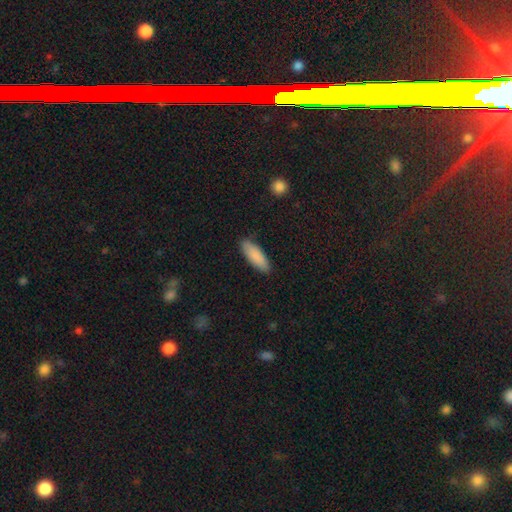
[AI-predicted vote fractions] The model was most divided on "how rounded": in between: 58%, cigar-shaped: 40%, round: 2%. More confident: merging — none (87%); smooth or featured — smooth (87%).